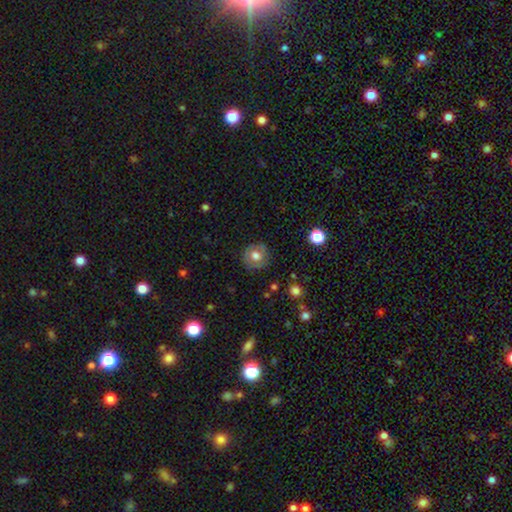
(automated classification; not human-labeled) Smooth or featured?
  - smooth: 65% *
  - featured or disk: 26%
  - star or artifact: 9%
How rounded?
  - round: 91% *
  - in between: 9%
  - cigar-shaped: 1%
Merging?
  - none: 83% *
  - minor disturbance: 12%
  - major disturbance: 3%
  - merger: 1%